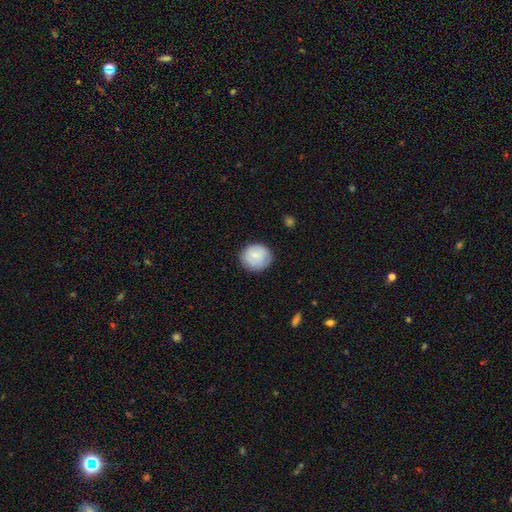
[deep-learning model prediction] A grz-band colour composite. It shows a smooth galaxy with no disk features (70%) that is round (80%). Merging: none (79%).